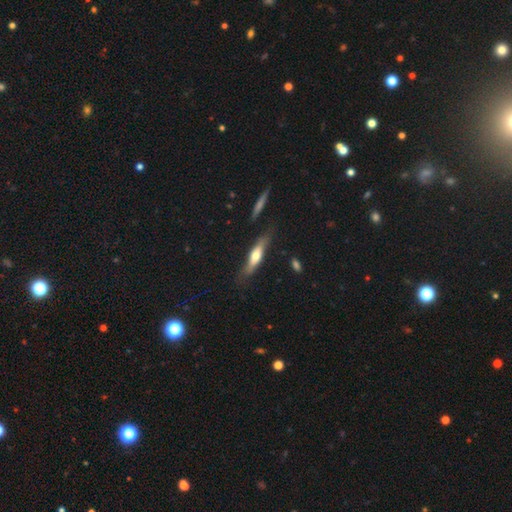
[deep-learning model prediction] Smooth or featured? smooth (47%, tied with featured or disk)
Merging? none (71%)